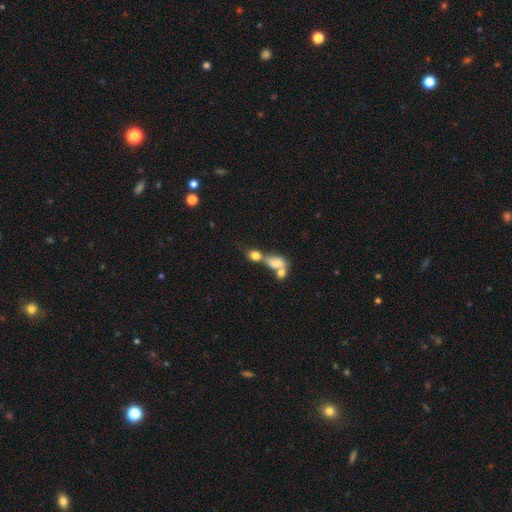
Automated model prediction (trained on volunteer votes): The model was most divided on "how rounded": in between: 49%, round: 47%, cigar-shaped: 4%. More confident: smooth or featured — smooth (74%); merging — merger (58%).